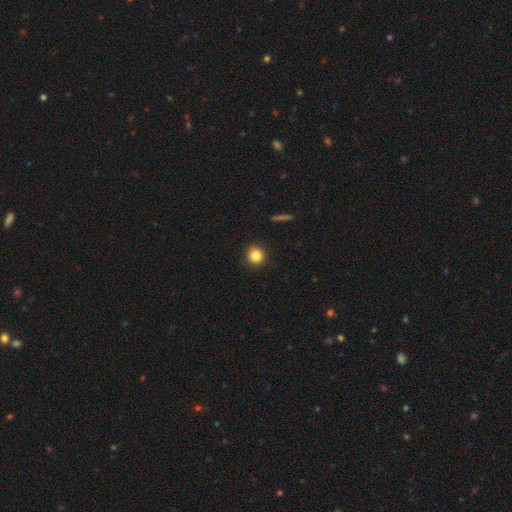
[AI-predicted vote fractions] Morphology: type=smooth (83%); roundness=round (92%); merging=none (92%).